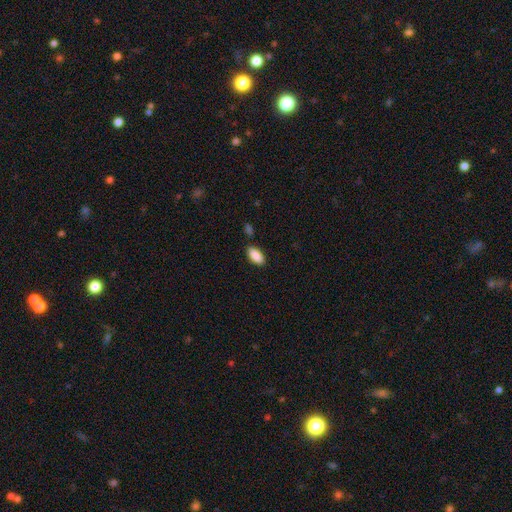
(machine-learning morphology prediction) A smooth galaxy with no disk features (90%) that is in between round and cigar-shaped (93%). Merging: none (83%).